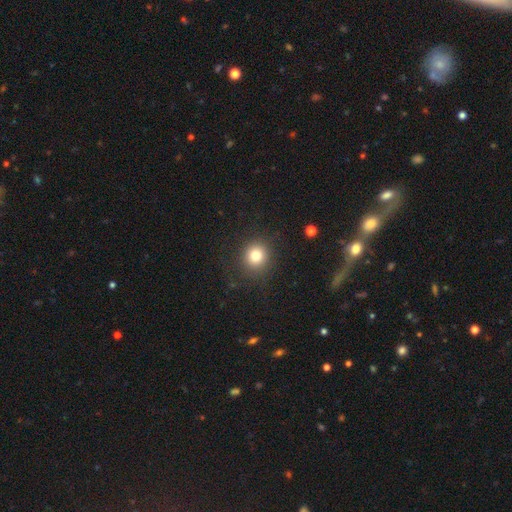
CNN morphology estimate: A smooth galaxy with no disk features (79%) that is round (90%). Merging: none (87%).